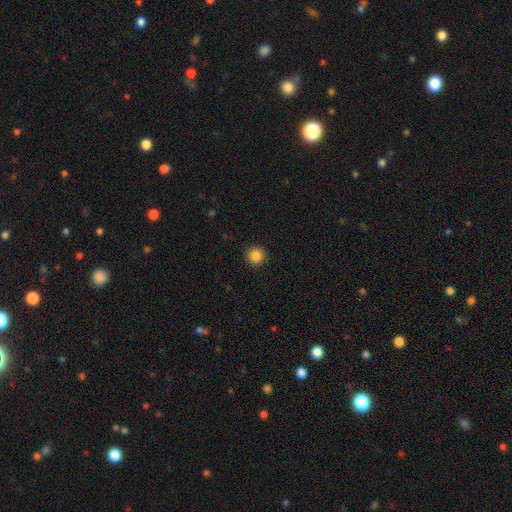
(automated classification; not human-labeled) smooth 87%, star or artifact 10%, featured or disk 3%. Down the decision tree: how rounded — round (95%); merging — none (92%).